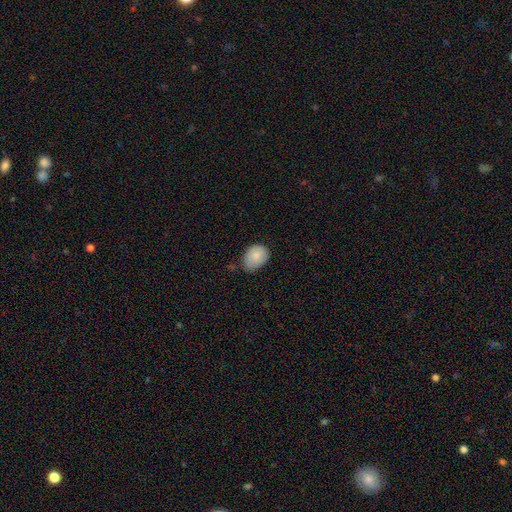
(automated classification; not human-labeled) A smooth galaxy with no disk features (84%) that is in between round and cigar-shaped (64%).

Vote fractions:
- Smooth or featured? smooth: 84% / featured or disk: 8% / star or artifact: 7%
- How rounded? in between: 64% / round: 35% / cigar-shaped: 1%
- Merging? none: 50% / minor disturbance: 41% / major disturbance: 7% / merger: 3%